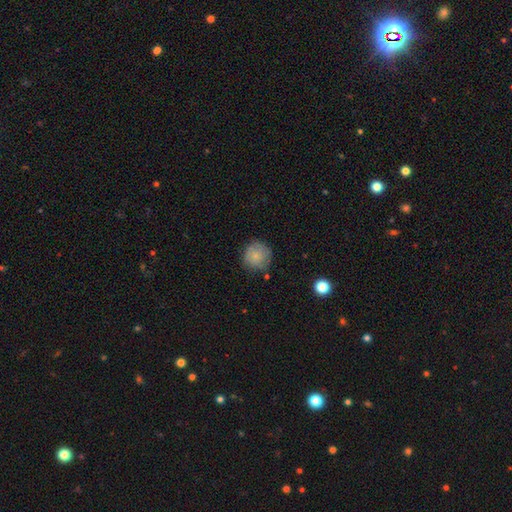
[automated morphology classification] smooth 80%, featured or disk 12%, star or artifact 8%. Down the decision tree: how rounded — round (93%); merging — none (75%).